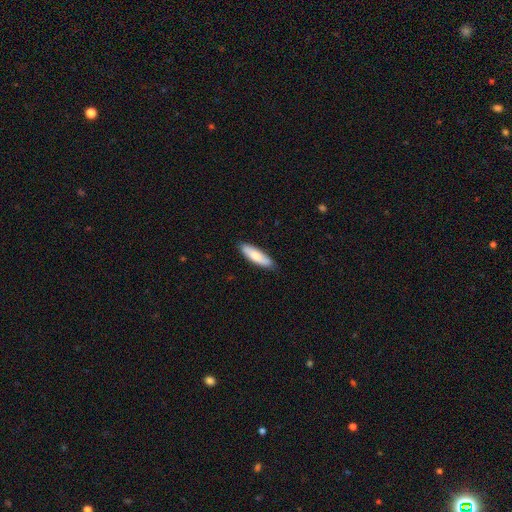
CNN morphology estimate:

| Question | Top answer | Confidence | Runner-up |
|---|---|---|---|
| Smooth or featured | smooth | 78% | featured or disk (17%) |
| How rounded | cigar-shaped | 53% | in between (45%) |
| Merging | none | 84% | minor disturbance (13%) |